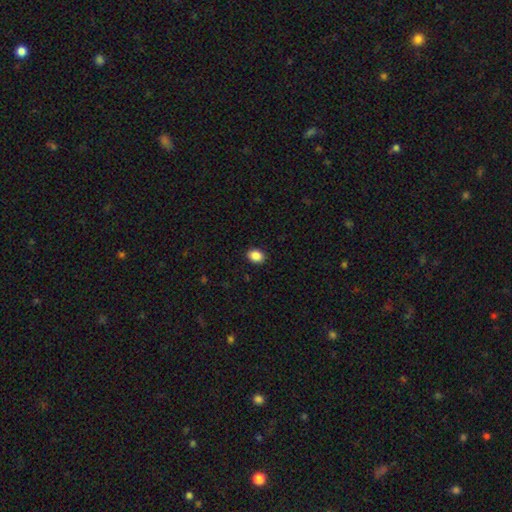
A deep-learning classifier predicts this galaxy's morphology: smooth 88%, star or artifact 9%, featured or disk 3%. Down the decision tree: how rounded — in between (64%); merging — none (91%).